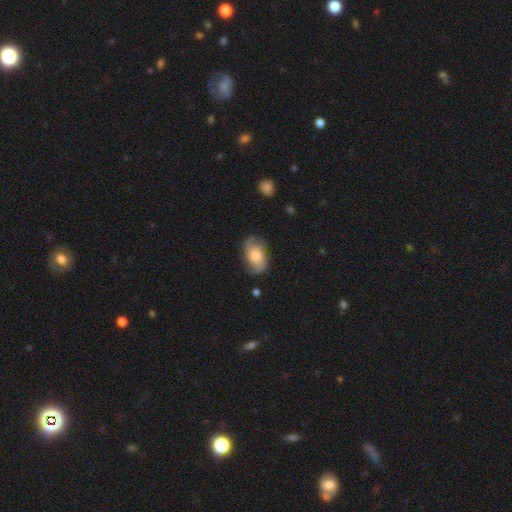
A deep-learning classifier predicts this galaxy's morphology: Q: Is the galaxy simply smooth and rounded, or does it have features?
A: featured or disk — 58%.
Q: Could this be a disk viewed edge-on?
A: no — 96%.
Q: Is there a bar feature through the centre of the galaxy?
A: no — 71%.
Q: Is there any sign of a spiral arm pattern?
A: yes — 87%.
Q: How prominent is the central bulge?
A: moderate — 44%.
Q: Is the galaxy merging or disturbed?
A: none — 65%.